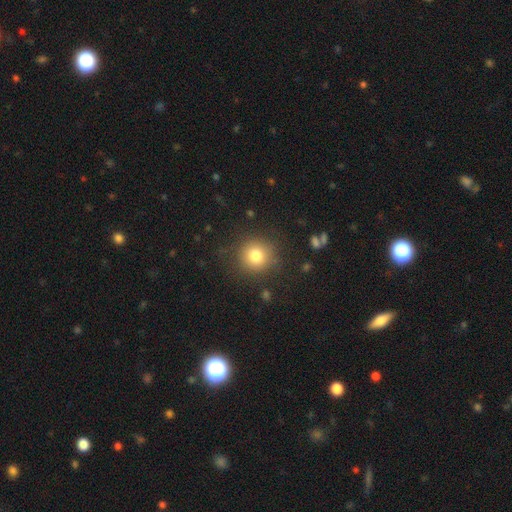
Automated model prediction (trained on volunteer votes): This appears to be a smooth galaxy with no disk features (80%) that is round (91%). Merging: none (84%).